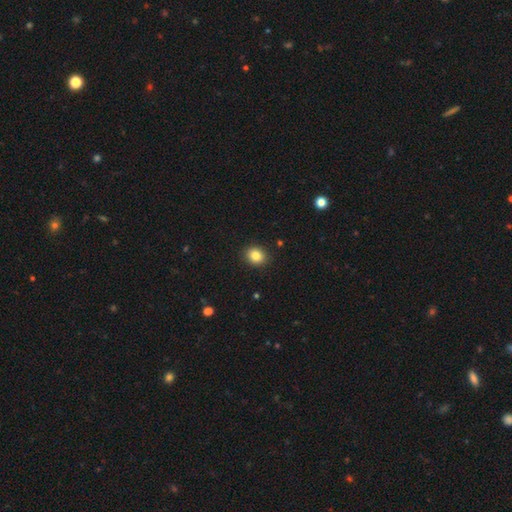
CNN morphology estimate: Q: Smooth or featured?
A: smooth (84%); runner-up: star or artifact (10%)
Q: How rounded?
A: round (65%); runner-up: in between (34%)
Q: Merging?
A: none (90%); runner-up: minor disturbance (7%)